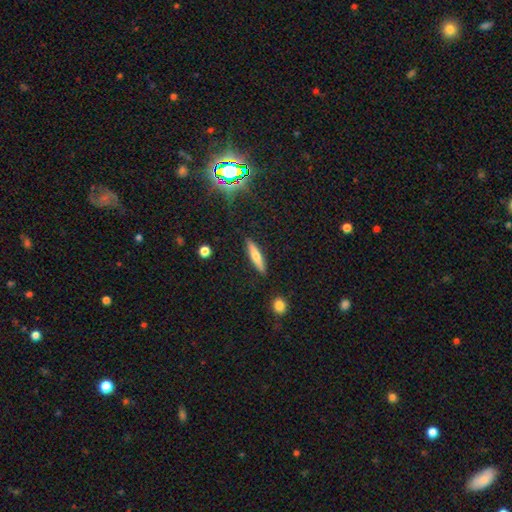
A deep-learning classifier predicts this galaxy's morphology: A smooth galaxy with no disk features (54%) that is cigar-shaped (85%).

Vote fractions:
- Smooth or featured? smooth: 54% / featured or disk: 38% / star or artifact: 8%
- How rounded? cigar-shaped: 85% / in between: 13% / round: 2%
- Merging? none: 89% / minor disturbance: 8% / major disturbance: 2% / merger: 2%